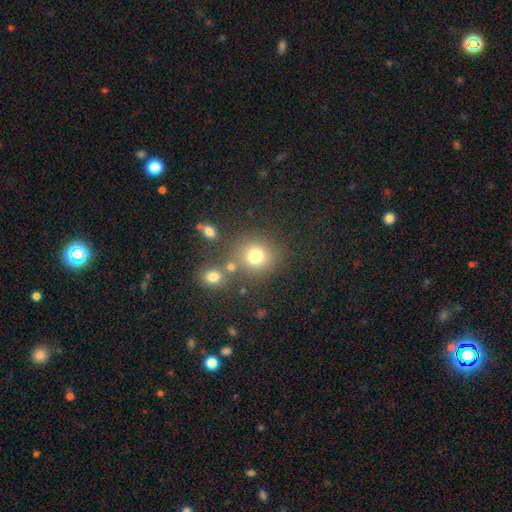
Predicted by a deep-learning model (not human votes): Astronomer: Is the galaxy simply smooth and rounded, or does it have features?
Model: smooth — 75%.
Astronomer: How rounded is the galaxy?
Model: round — 81%.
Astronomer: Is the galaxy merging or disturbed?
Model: none — 63%.